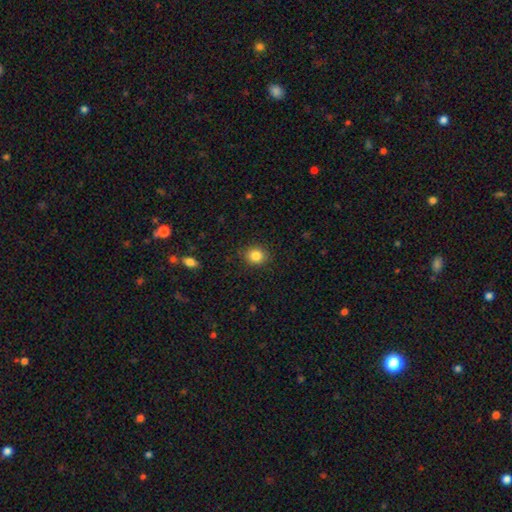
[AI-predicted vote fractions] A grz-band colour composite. It shows a smooth galaxy with no disk features (84%) that is round (74%). Merging: none (89%).